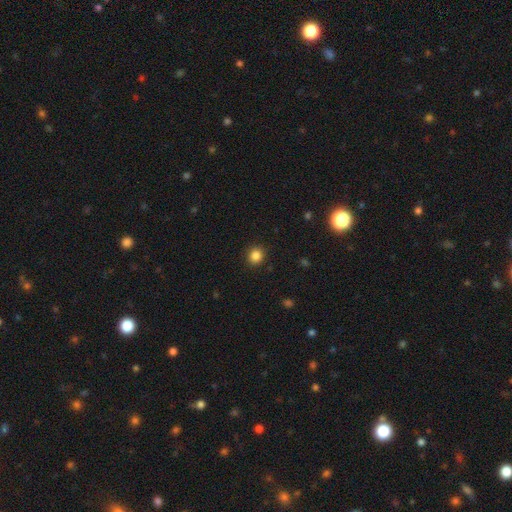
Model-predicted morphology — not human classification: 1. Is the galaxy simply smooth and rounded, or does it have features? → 85% smooth, 11% star or artifact, 4% featured or disk.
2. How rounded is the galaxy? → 84% round, 15% in between, 1% cigar-shaped.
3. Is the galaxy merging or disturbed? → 91% none, 6% minor disturbance, 2% major disturbance, 1% merger.